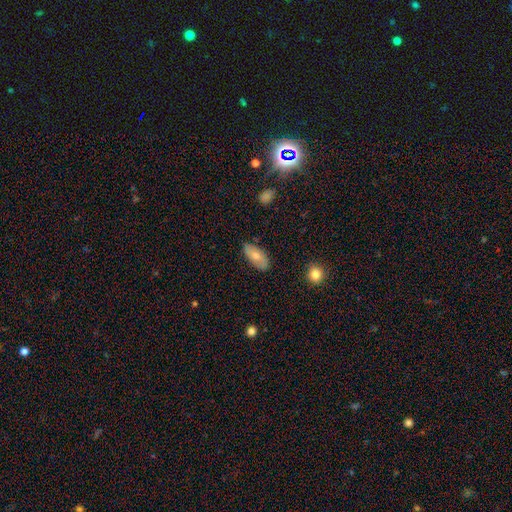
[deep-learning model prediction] A smooth galaxy with no disk features (72%) that is in between round and cigar-shaped (91%).

Vote fractions:
- Smooth or featured? smooth: 72% / featured or disk: 22% / star or artifact: 6%
- How rounded? in between: 91% / cigar-shaped: 6% / round: 3%
- Merging? none: 79% / minor disturbance: 17% / major disturbance: 3% / merger: 2%